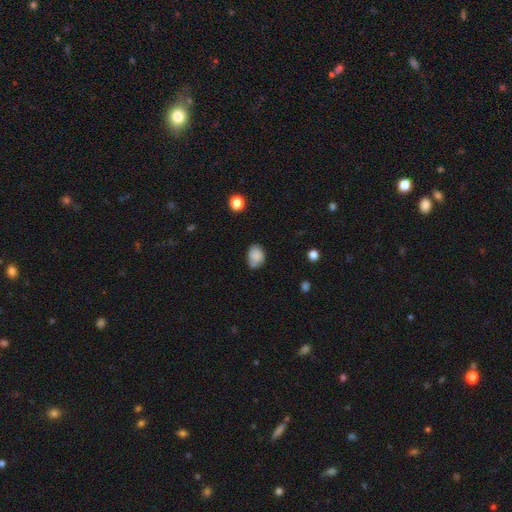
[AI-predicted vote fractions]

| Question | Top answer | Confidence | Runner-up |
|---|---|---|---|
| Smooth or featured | smooth | 81% | featured or disk (10%) |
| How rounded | in between | 68% | round (31%) |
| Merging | none | 63% | minor disturbance (28%) |